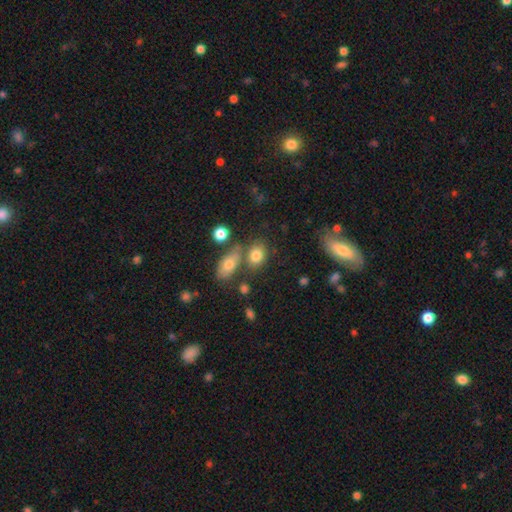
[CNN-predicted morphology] This appears to be a smooth galaxy with no disk features (80%) that is in between round and cigar-shaped (72%). Merging: none (57%).